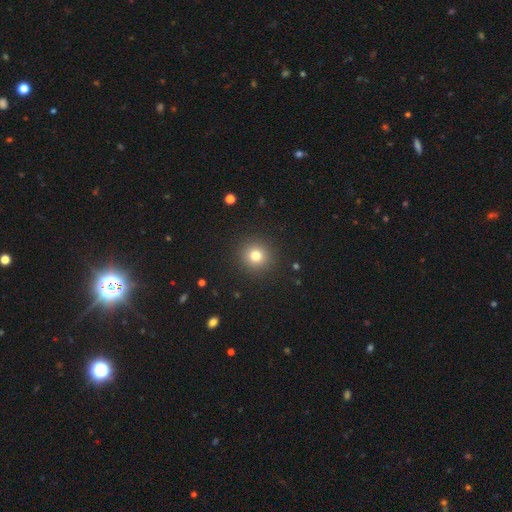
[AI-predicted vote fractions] The model was most divided on "smooth or featured": smooth: 78%, star or artifact: 14%, featured or disk: 8%. More confident: how rounded — round (93%); merging — none (91%).